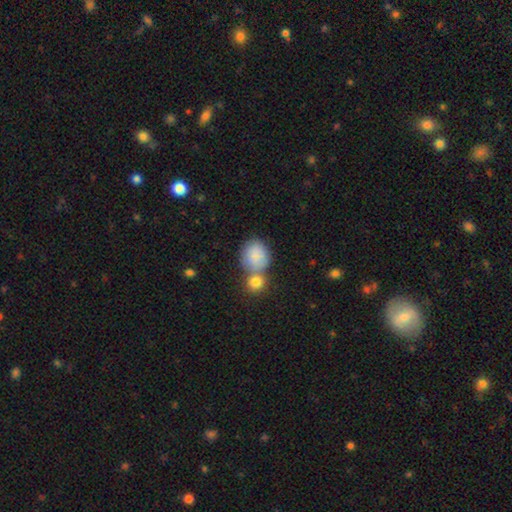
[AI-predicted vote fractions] A smooth galaxy with no disk features (84%) that is round (62%). Merging: none (41%).